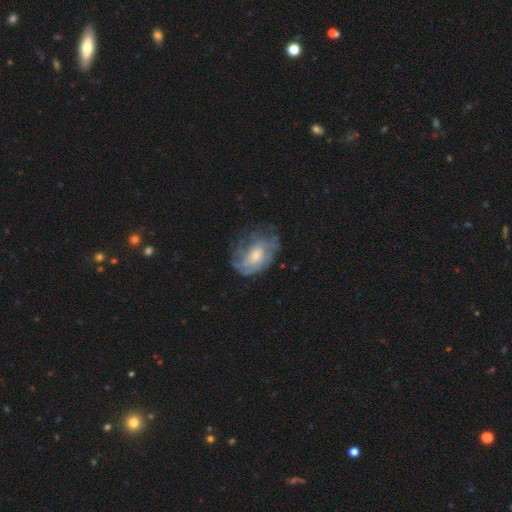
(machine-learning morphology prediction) This appears to be a featured or disk galaxy (70%) with no bar (69%), tight (51%) spiral arms (78%) and a moderate central bulge (46%). Merging: none (59%).